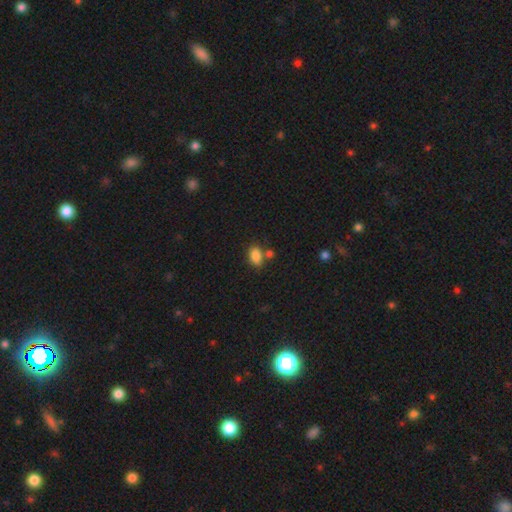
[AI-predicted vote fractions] Q: Smooth or featured?
A: smooth (86%); runner-up: star or artifact (9%)
Q: How rounded?
A: in between (86%); runner-up: round (11%)
Q: Merging?
A: none (65%); runner-up: merger (16%)